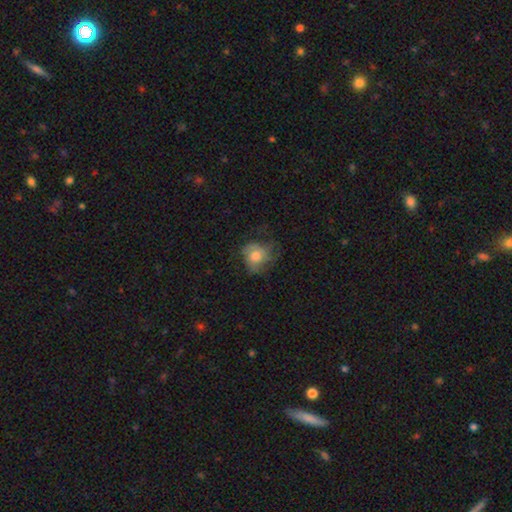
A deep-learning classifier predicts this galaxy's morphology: Smooth or featured? Predicted: smooth (p=0.55). How rounded? Predicted: round (p=0.70). Merging? Predicted: none (p=0.50).